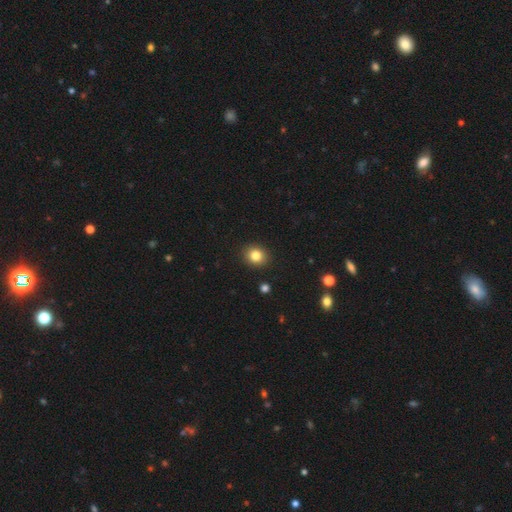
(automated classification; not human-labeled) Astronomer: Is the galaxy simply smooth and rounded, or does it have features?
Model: smooth — 83%.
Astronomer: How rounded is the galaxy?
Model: round — 76%.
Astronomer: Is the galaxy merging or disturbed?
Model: none — 91%.